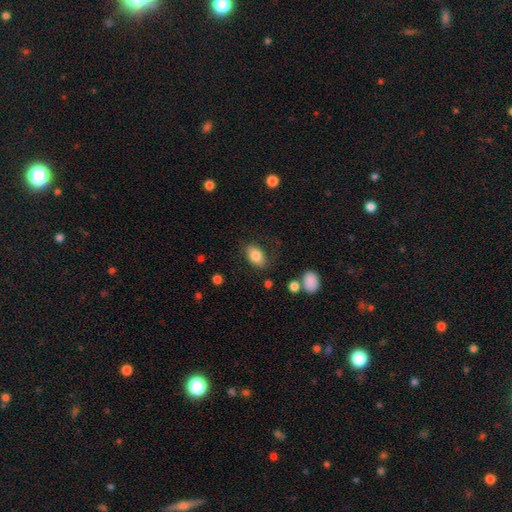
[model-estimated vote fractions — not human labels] smooth-or-featured: smooth: 83% | featured or disk: 10% | star or artifact: 8%
  how-rounded: in between: 88% | round: 10% | cigar-shaped: 2%
  merging: none: 77% | minor disturbance: 15% | major disturbance: 6% | merger: 2%